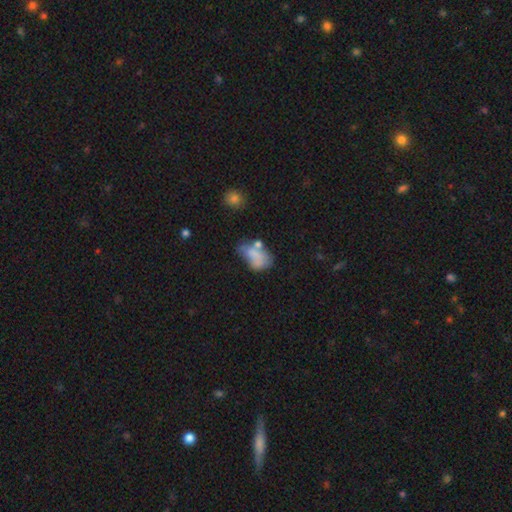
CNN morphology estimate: A smooth galaxy with no disk features (64%) that is in between round and cigar-shaped (86%).

Vote fractions:
- Smooth or featured? smooth: 64% / featured or disk: 25% / star or artifact: 11%
- How rounded? in between: 86% / round: 12% / cigar-shaped: 2%
- Merging? major disturbance: 27% / minor disturbance: 26% / none: 25% / merger: 22%